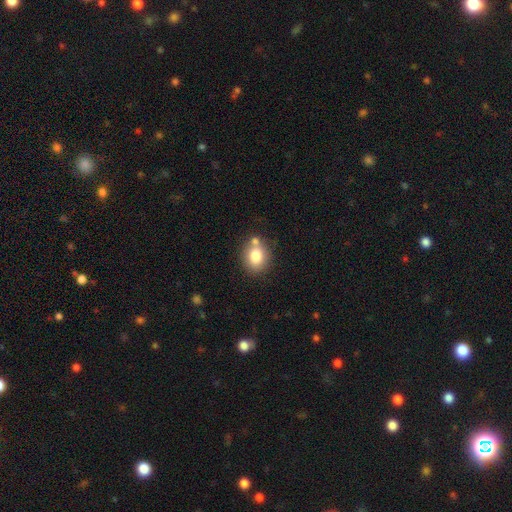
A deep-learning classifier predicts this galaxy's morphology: Smooth or featured?
  - smooth: 79% *
  - featured or disk: 12%
  - star or artifact: 10%
How rounded?
  - round: 56% *
  - in between: 43%
  - cigar-shaped: 1%
Merging?
  - none: 62% *
  - merger: 20%
  - minor disturbance: 14%
  - major disturbance: 4%